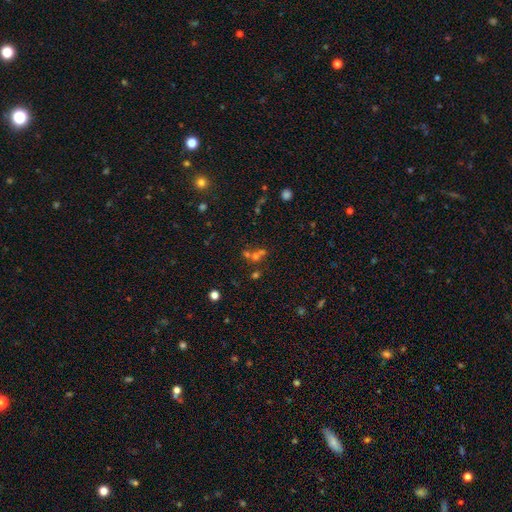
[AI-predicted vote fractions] Smooth or featured? smooth (44%)
Merging? none (45%)